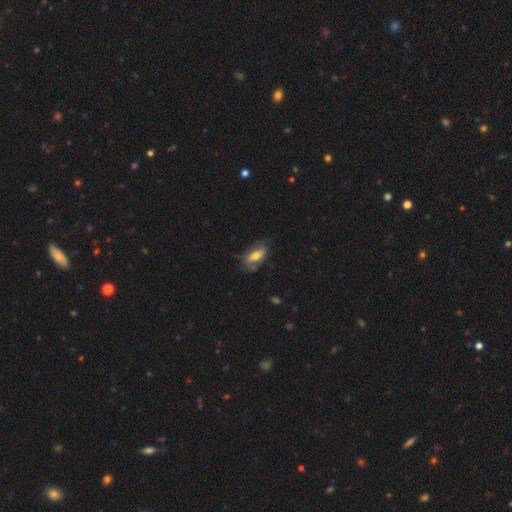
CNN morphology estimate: This appears to be a smooth galaxy with no disk features (52%) that is in between round and cigar-shaped (81%). Merging: none (61%).